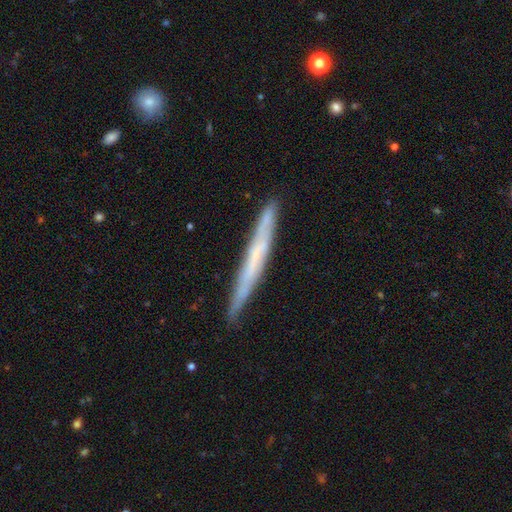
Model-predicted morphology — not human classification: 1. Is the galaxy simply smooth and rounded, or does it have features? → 53% featured or disk, 40% smooth, 6% star or artifact.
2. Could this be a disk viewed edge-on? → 93% yes, 7% no.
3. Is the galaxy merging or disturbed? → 85% none, 12% minor disturbance, 2% major disturbance, 1% merger.